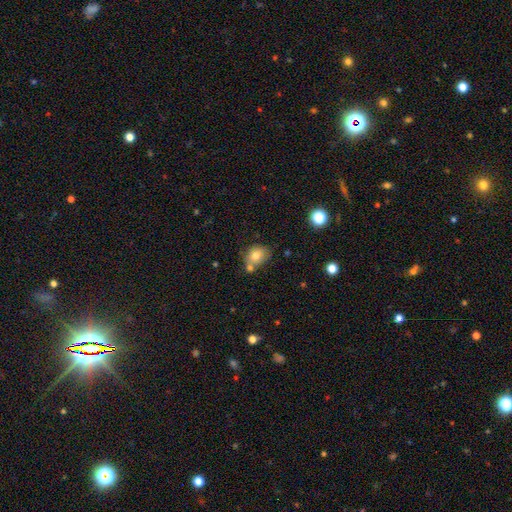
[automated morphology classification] Smooth or featured? smooth (77%)
How rounded? in between (51%)
Merging? none (53%)